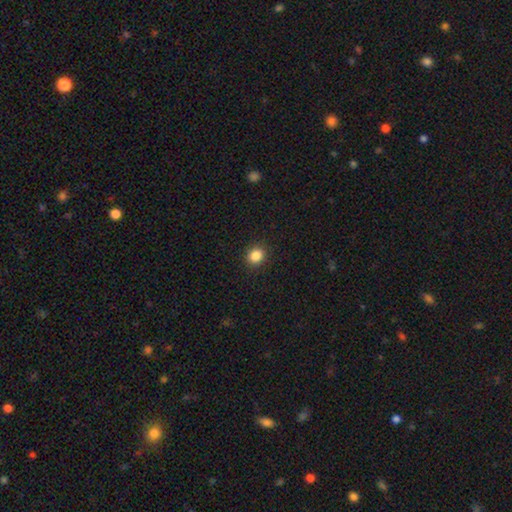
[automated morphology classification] Smooth or featured: smooth — 86% (star or artifact — 10%)
How rounded: round — 66% (in between — 34%)
Merging: none — 90% (minor disturbance — 7%)